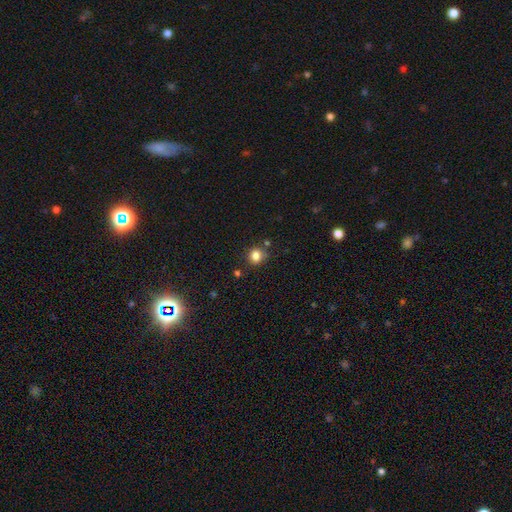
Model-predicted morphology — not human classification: This is clearly a smooth galaxy (82%). How rounded: clearly round (83%). Merging: likely none (76%).